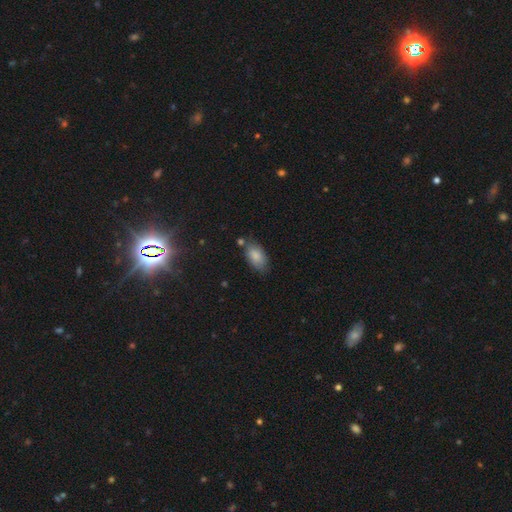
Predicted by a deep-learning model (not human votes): Smooth or featured? smooth (83%)
How rounded? in between (93%)
Merging? none (67%)